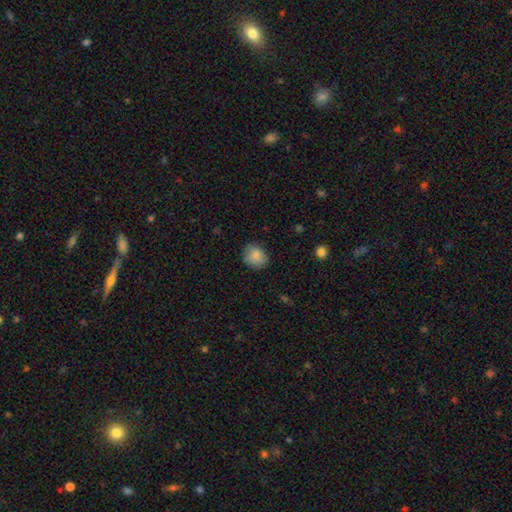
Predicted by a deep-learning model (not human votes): Smooth or featured?
  - smooth: 85% *
  - star or artifact: 8%
  - featured or disk: 7%
How rounded?
  - round: 63% *
  - in between: 36%
  - cigar-shaped: 1%
Merging?
  - none: 79% *
  - minor disturbance: 17%
  - major disturbance: 3%
  - merger: 1%